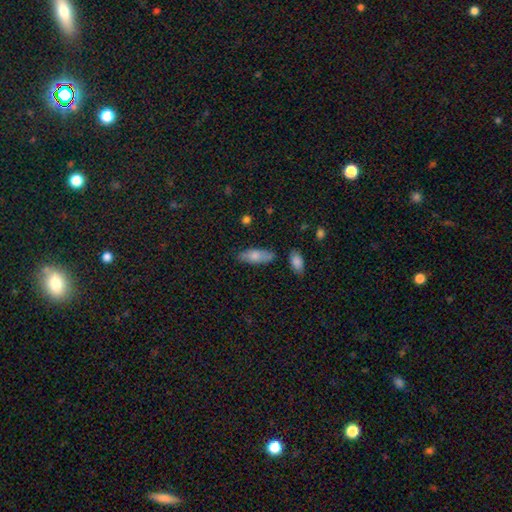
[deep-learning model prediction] Morphology: type=smooth (76%); roundness=in between (74%); merging=none (72%).